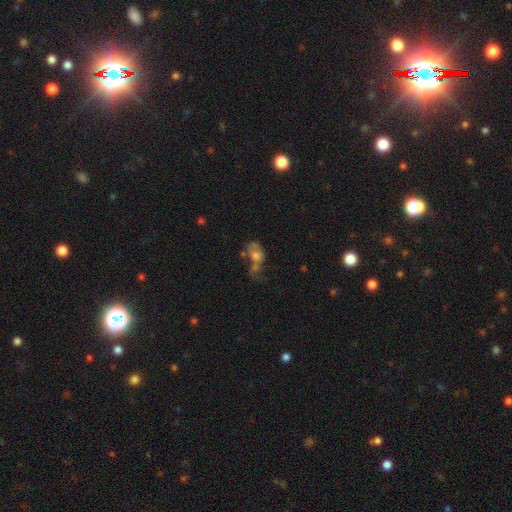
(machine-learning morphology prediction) Q: Smooth or featured?
A: smooth (42%); runner-up: featured or disk (40%)
Q: Merging?
A: major disturbance (33%); runner-up: merger (31%)